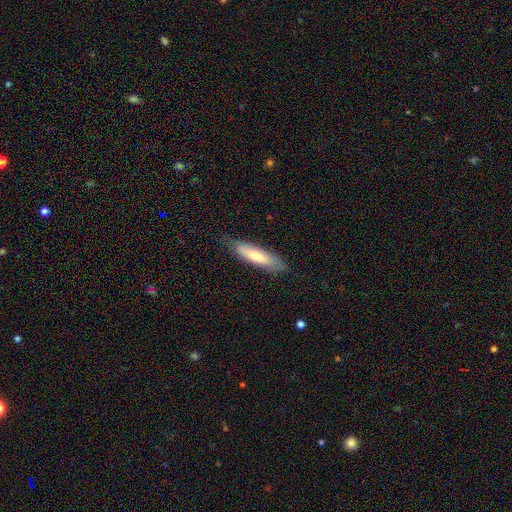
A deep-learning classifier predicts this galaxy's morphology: Smooth or featured? Predicted: smooth (p=0.69). How rounded? Predicted: cigar-shaped (p=0.67). Merging? Predicted: none (p=0.73).